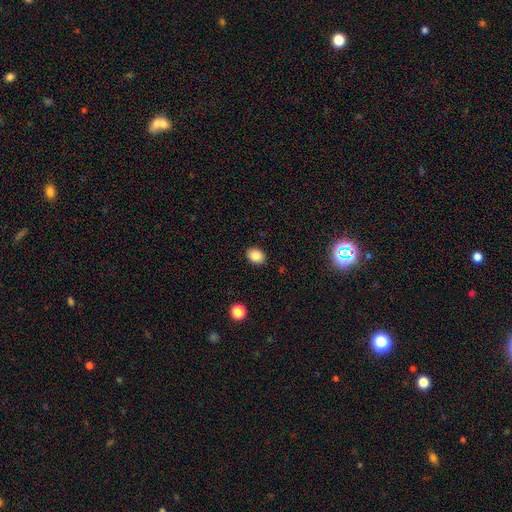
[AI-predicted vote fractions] smooth-or-featured: smooth: 86% | star or artifact: 9% | featured or disk: 4%
  how-rounded: in between: 65% | round: 34% | cigar-shaped: 1%
  merging: none: 89% | minor disturbance: 8% | major disturbance: 2% | merger: 1%